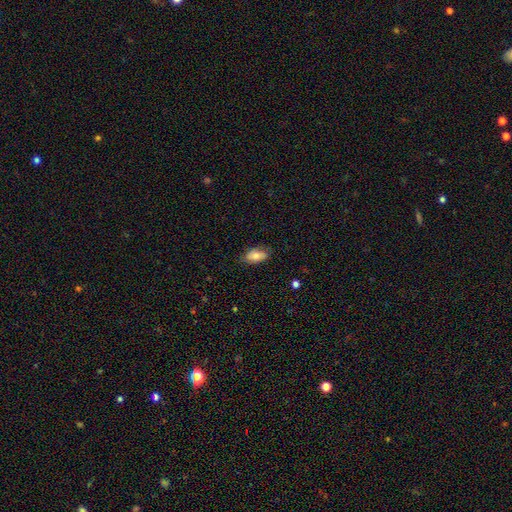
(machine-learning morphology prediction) Smooth or featured? smooth (79%)
How rounded? in between (91%)
Merging? none (79%)